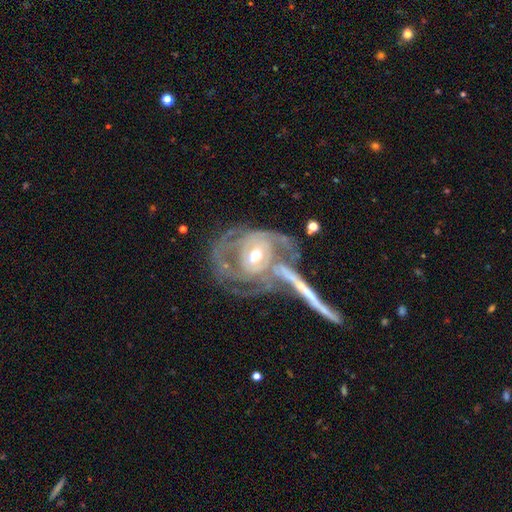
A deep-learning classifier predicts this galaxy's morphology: Overall: featured or disk (85%). Edge-on disk: no (94%). Bar: no (49%; weak 33%). Spiral arms: yes (86%). Spiral arm count: 2 (37%; can't tell 34%). Spiral winding: tight (57%; medium 32%). Bulge size: moderate (66%; small 27%). Merging: merger (33%; none 29%).